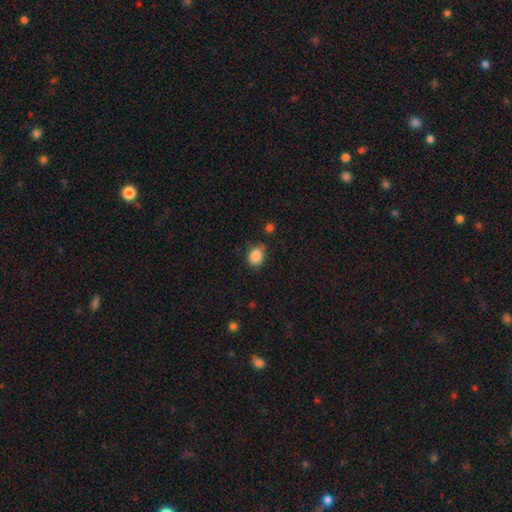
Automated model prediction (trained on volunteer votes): A smooth galaxy with no disk features (87%) that is round (58%).

Vote fractions:
- Smooth or featured? smooth: 87% / star or artifact: 9% / featured or disk: 4%
- How rounded? round: 58% / in between: 41% / cigar-shaped: 1%
- Merging? none: 71% / minor disturbance: 20% / major disturbance: 5% / merger: 4%